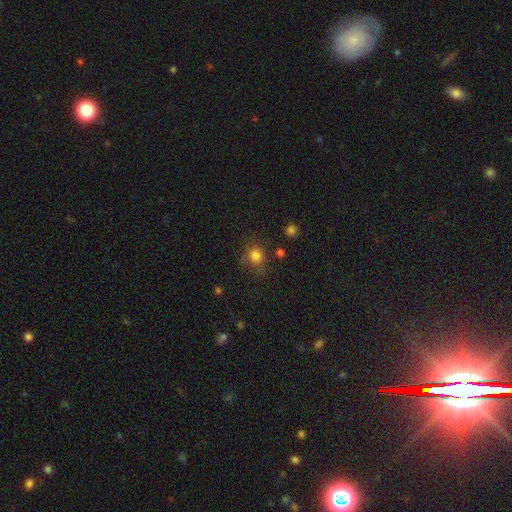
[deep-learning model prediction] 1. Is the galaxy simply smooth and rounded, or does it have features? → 79% smooth, 14% star or artifact, 7% featured or disk.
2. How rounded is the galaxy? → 73% round, 25% in between, 1% cigar-shaped.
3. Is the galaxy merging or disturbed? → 66% none, 21% minor disturbance, 9% major disturbance, 5% merger.